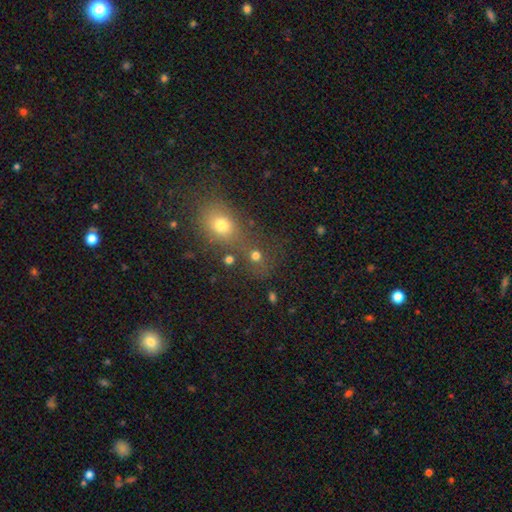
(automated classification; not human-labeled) Smooth or featured?
  - smooth: 71% *
  - star or artifact: 20%
  - featured or disk: 9%
How rounded?
  - round: 82% *
  - in between: 17%
  - cigar-shaped: 2%
Merging?
  - none: 54% *
  - merger: 31%
  - minor disturbance: 9%
  - major disturbance: 6%